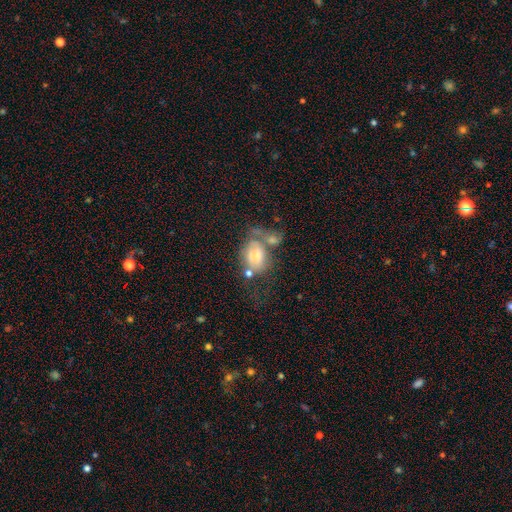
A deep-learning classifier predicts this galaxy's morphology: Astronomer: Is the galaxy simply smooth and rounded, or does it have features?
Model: smooth — 55% (runner-up: featured or disk, 36%).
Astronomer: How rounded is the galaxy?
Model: in between — 70%.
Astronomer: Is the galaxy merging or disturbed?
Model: merger — 35% (runner-up: major disturbance, 24%).